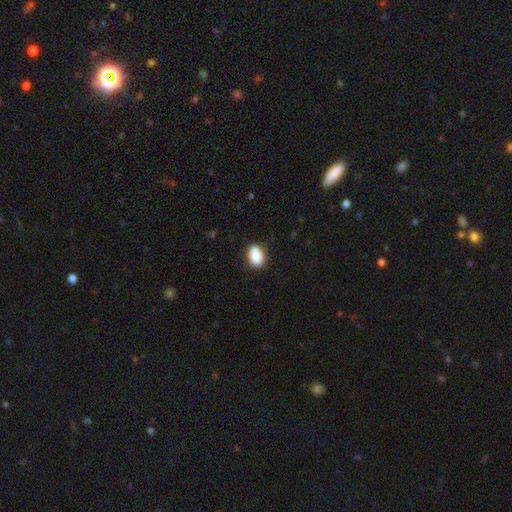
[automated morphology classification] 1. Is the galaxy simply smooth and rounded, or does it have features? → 90% smooth, 7% star or artifact, 3% featured or disk.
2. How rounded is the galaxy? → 85% in between, 13% round, 1% cigar-shaped.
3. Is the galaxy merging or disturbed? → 87% none, 10% minor disturbance, 2% major disturbance, 1% merger.